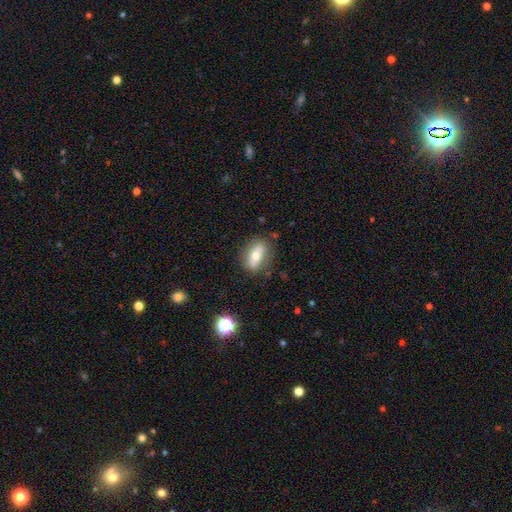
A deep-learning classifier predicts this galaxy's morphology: The model was most divided on "smooth or featured": smooth: 56%, featured or disk: 35%, star or artifact: 8%. More confident: merging — none (79%); how rounded — in between (75%).